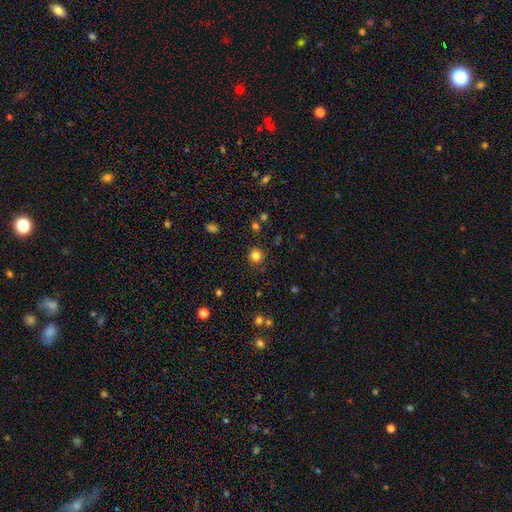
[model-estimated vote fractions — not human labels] Smooth or featured? Predicted: smooth (p=0.81). How rounded? Predicted: round (p=0.93). Merging? Predicted: none (p=0.88).